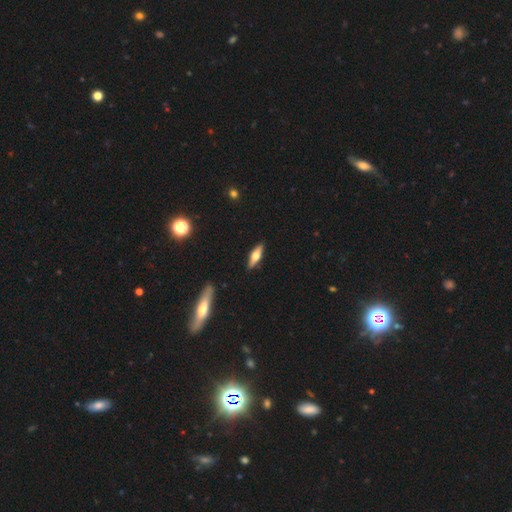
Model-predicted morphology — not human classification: Q: Smooth or featured?
A: featured or disk (52%); runner-up: smooth (42%)
Q: Edge-on disk?
A: yes (92%); runner-up: no (8%)
Q: Merging?
A: none (89%); runner-up: minor disturbance (8%)